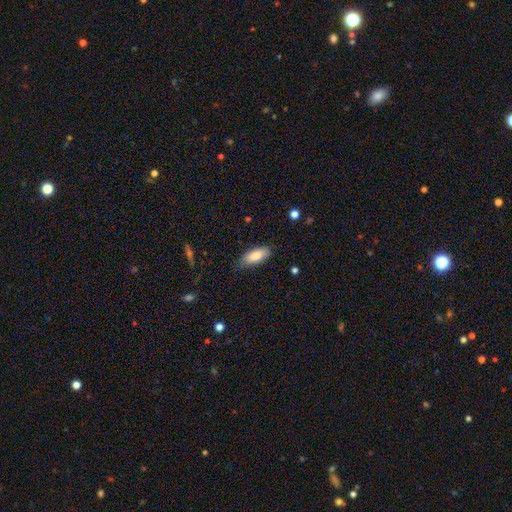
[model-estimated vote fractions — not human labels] Smooth or featured? Predicted: smooth (p=0.82). How rounded? Predicted: in between (p=0.82). Merging? Predicted: none (p=0.73).